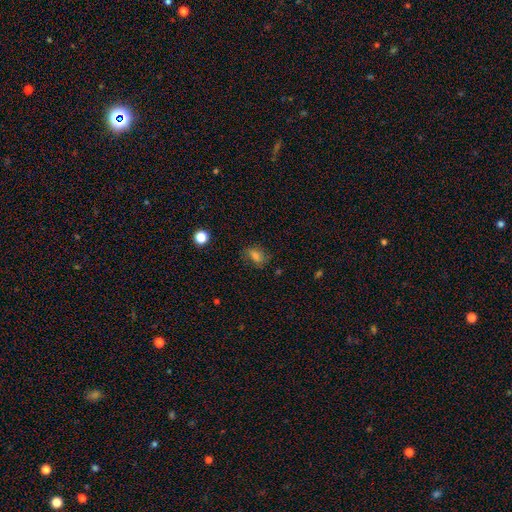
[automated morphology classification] smooth-or-featured: smooth: 72% | star or artifact: 16% | featured or disk: 13%
  how-rounded: in between: 78% | round: 17% | cigar-shaped: 5%
  merging: none: 73% | minor disturbance: 19% | major disturbance: 6% | merger: 2%